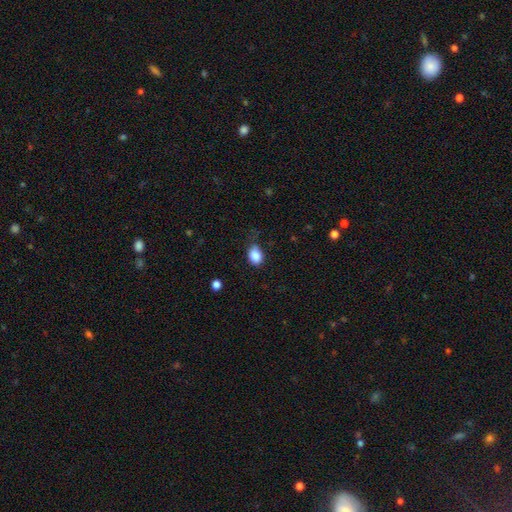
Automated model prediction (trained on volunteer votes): A smooth galaxy with no disk features (87%) that is in between round and cigar-shaped (69%). Merging: none (63%).